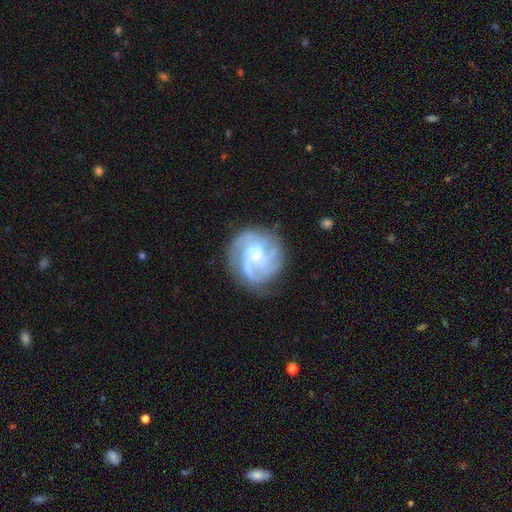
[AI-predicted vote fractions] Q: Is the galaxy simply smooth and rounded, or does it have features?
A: featured or disk — 89%.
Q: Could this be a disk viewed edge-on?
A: no — 98%.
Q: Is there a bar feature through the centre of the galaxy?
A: no — 57%.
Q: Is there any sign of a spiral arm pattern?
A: yes — 98%.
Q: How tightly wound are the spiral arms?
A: tight — 61%.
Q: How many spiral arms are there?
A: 3 — 52%.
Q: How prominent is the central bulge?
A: small — 61%.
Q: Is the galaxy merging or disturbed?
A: none — 79%.